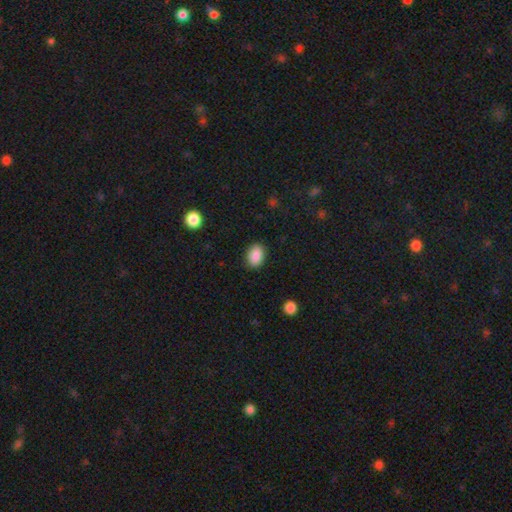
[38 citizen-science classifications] A smooth galaxy with no disk features (89%) that is in between round and cigar-shaped (74%).

Vote fractions:
- Smooth or featured? smooth: 89% / star or artifact: 8% / featured or disk: 3%
- How rounded? in between: 74% / round: 24% / cigar-shaped: 3%
- Merging? none: 86% / minor disturbance: 9% / major disturbance: 6% / merger: 0%